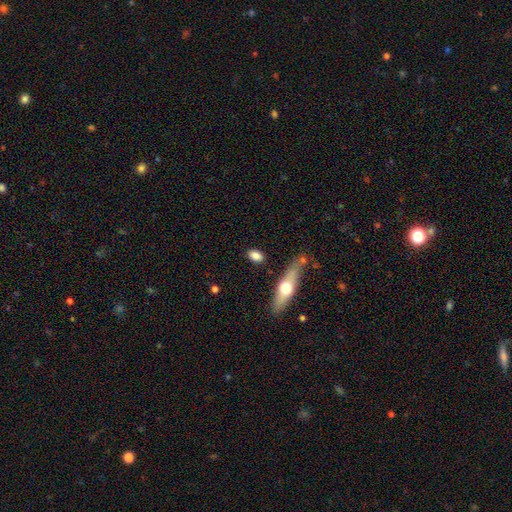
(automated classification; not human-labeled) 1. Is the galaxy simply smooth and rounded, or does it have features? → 78% smooth, 15% featured or disk, 7% star or artifact.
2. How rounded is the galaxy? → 75% in between, 16% round, 9% cigar-shaped.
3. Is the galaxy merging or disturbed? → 80% none, 12% minor disturbance, 5% merger, 4% major disturbance.